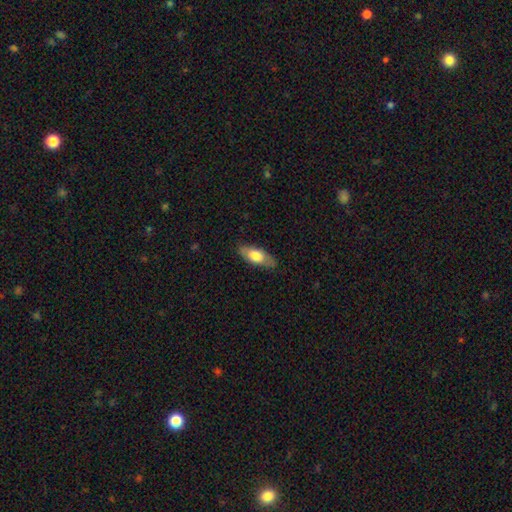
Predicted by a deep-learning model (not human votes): This is likely a smooth galaxy (66%). How rounded: likely in between (79%). Merging: clearly none (82%).